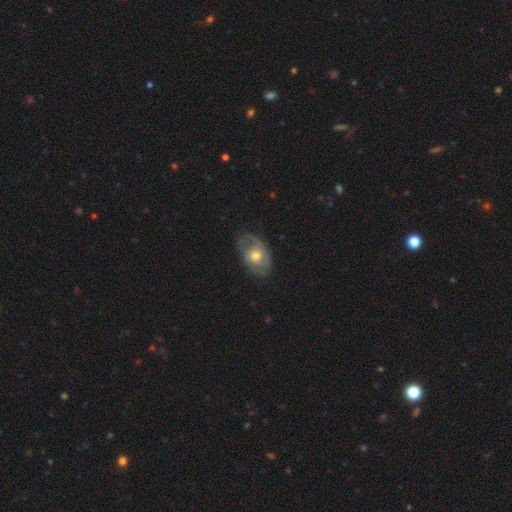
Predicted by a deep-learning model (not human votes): Q: Smooth or featured?
A: featured or disk (67%); runner-up: smooth (27%)
Q: Edge-on disk?
A: no (95%); runner-up: yes (5%)
Q: Bar?
A: no (76%); runner-up: weak (21%)
Q: Spiral arms?
A: yes (78%); runner-up: no (22%)
Q: Spiral winding?
A: tight (43%); runner-up: medium (39%)
Q: Spiral arm count?
A: 2 (54%); runner-up: can't tell (27%)
Q: Bulge size?
A: moderate (70%); runner-up: small (17%)
Q: Merging?
A: none (64%); runner-up: minor disturbance (24%)